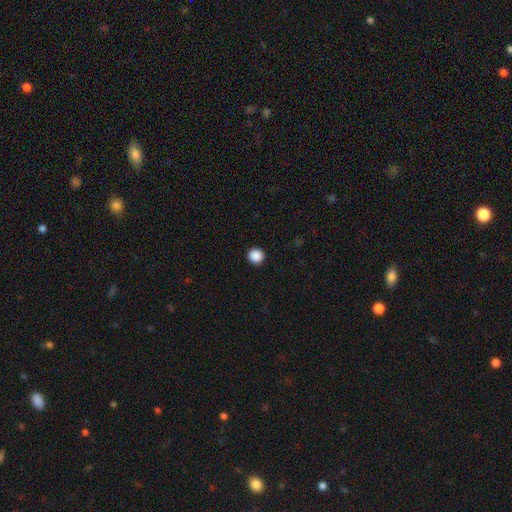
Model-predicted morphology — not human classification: smooth-or-featured: smooth: 89% | star or artifact: 9% | featured or disk: 2%
  how-rounded: round: 94% | in between: 5% | cigar-shaped: 1%
  merging: none: 94% | minor disturbance: 4% | major disturbance: 1% | merger: 1%